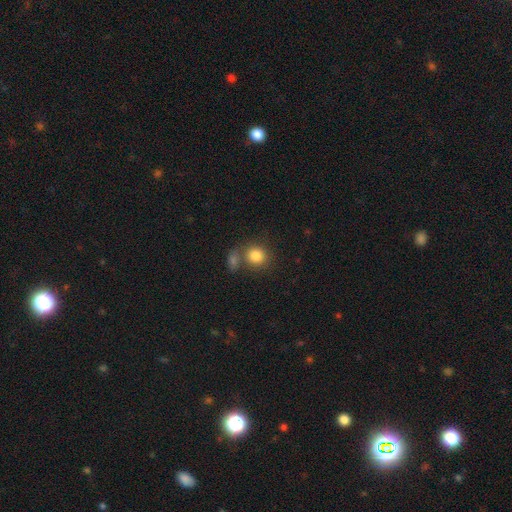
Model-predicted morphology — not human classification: Smooth or featured? Predicted: smooth (p=0.84). How rounded? Predicted: round (p=0.83). Merging? Predicted: none (p=0.58).